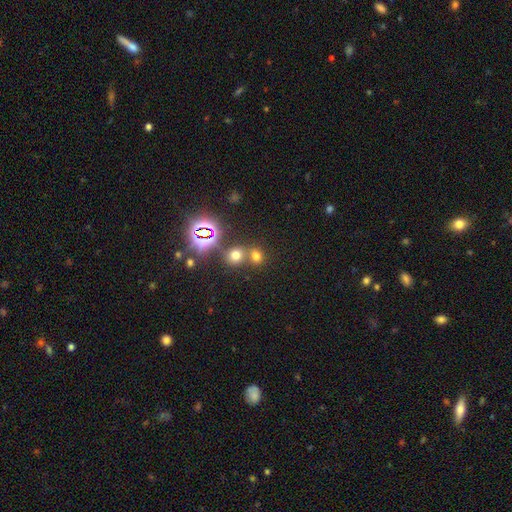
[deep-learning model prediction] This is likely a smooth galaxy (61%). How rounded: likely round (74%). Merging: possibly none (55%).